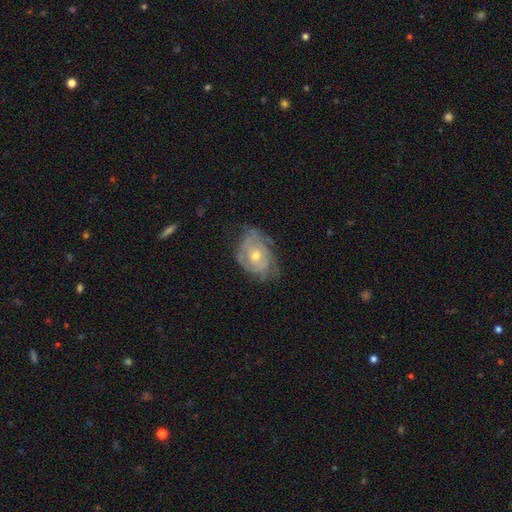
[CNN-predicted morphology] Q: Smooth or featured?
A: featured or disk (74%); runner-up: smooth (19%)
Q: Edge-on disk?
A: no (96%); runner-up: yes (4%)
Q: Bar?
A: no (79%); runner-up: weak (17%)
Q: Spiral arms?
A: yes (80%); runner-up: no (20%)
Q: Spiral winding?
A: tight (62%); runner-up: medium (28%)
Q: Spiral arm count?
A: can't tell (48%); runner-up: 2 (21%)
Q: Bulge size?
A: moderate (55%); runner-up: small (41%)
Q: Merging?
A: none (58%); runner-up: minor disturbance (28%)